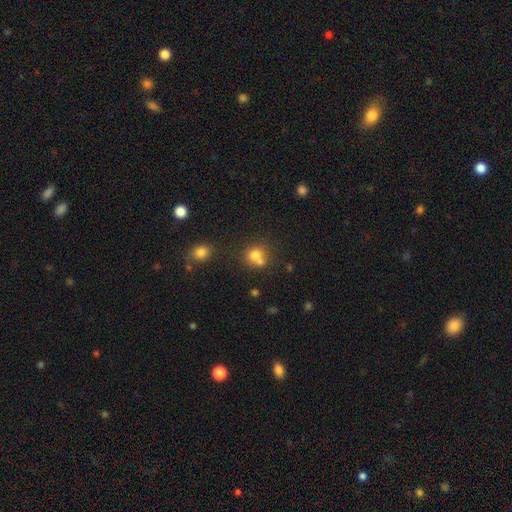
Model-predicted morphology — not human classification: smooth_or_featured: smooth (p=0.75) [alt: star or artifact p=0.13]
how_rounded: round (p=0.78) [alt: in between p=0.21]
merging: none (p=0.44) [alt: merger p=0.41]